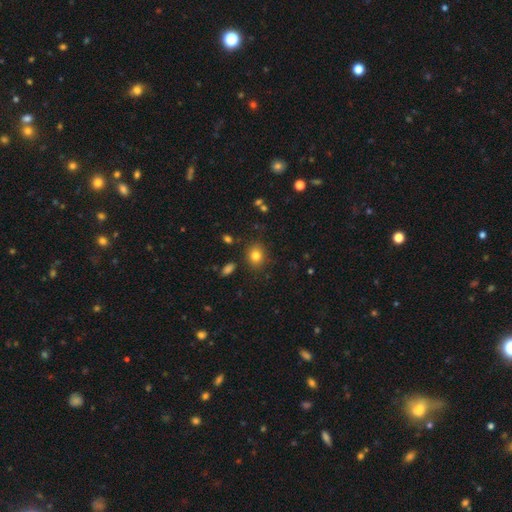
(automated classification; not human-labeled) smooth 81%, star or artifact 11%, featured or disk 7%. Down the decision tree: how rounded — round (69%); merging — none (85%).